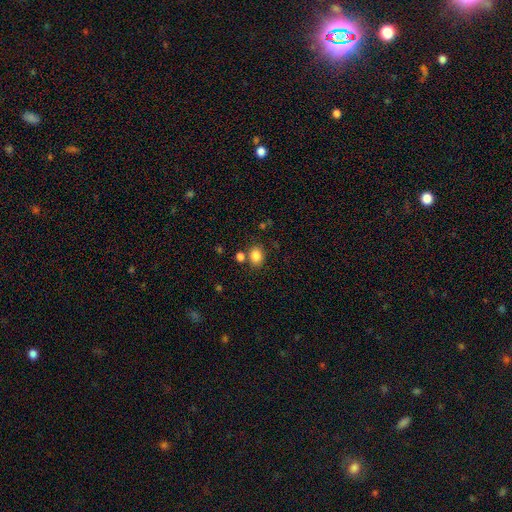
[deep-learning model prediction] smooth-or-featured: smooth: 84% | star or artifact: 11% | featured or disk: 5%
  how-rounded: round: 55% | in between: 45% | cigar-shaped: 1%
  merging: none: 75% | merger: 11% | minor disturbance: 11% | major disturbance: 3%